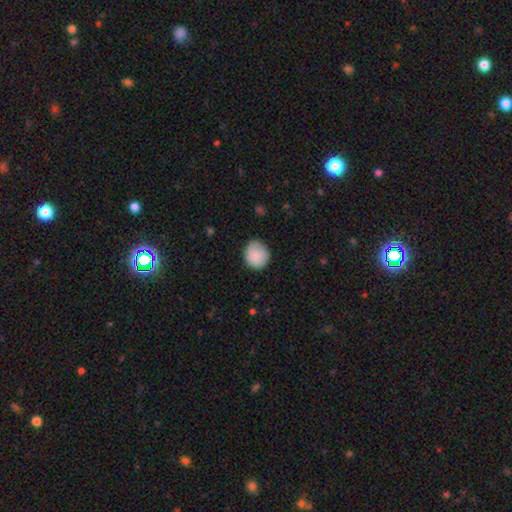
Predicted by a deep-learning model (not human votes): smooth-or-featured: smooth: 87% | star or artifact: 7% | featured or disk: 6%
  how-rounded: round: 79% | in between: 20% | cigar-shaped: 1%
  merging: none: 78% | minor disturbance: 18% | major disturbance: 4% | merger: 1%